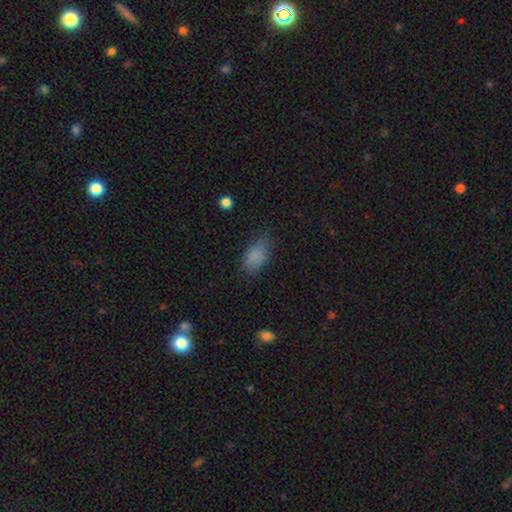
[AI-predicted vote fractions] Smooth or featured?
  - smooth: 84% *
  - star or artifact: 10%
  - featured or disk: 6%
How rounded?
  - in between: 89% *
  - round: 8%
  - cigar-shaped: 2%
Merging?
  - none: 65% *
  - minor disturbance: 26%
  - major disturbance: 7%
  - merger: 1%